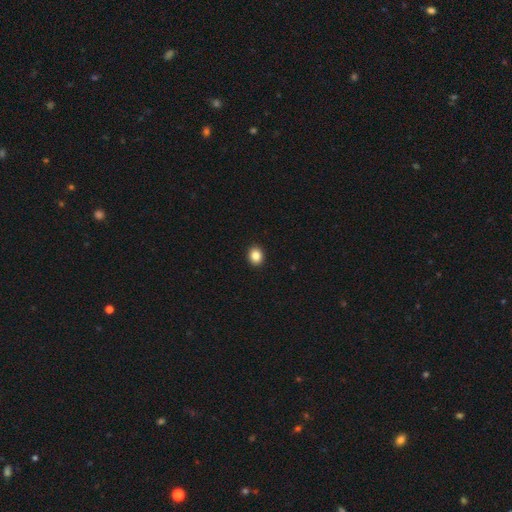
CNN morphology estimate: This is clearly a smooth galaxy (86%). How rounded: likely round (63%). Merging: clearly none (93%).